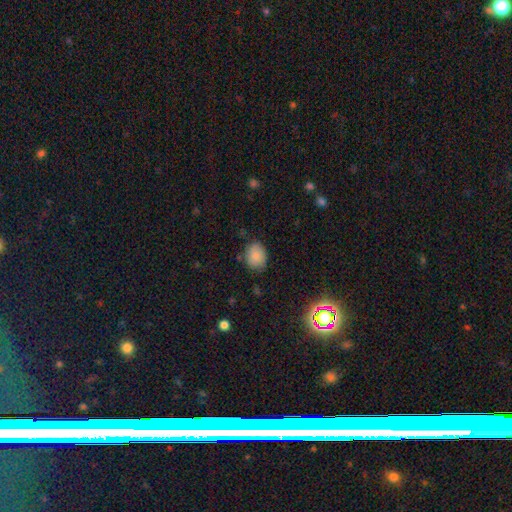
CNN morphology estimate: This appears to be a smooth galaxy with no disk features (83%) that is in between round and cigar-shaped (52%). Merging: none (76%).